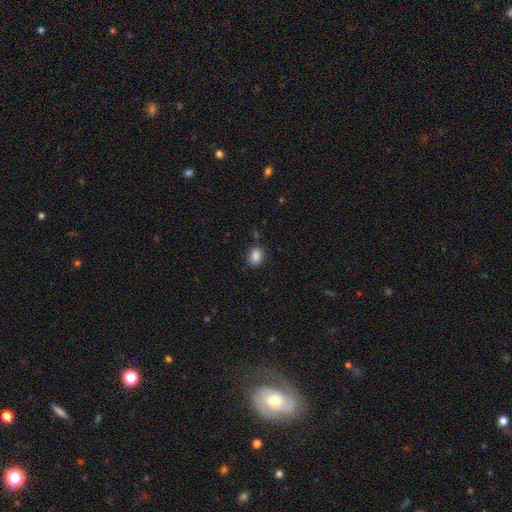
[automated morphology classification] Q: Smooth or featured?
A: smooth (85%); runner-up: star or artifact (9%)
Q: How rounded?
A: in between (67%); runner-up: round (32%)
Q: Merging?
A: none (81%); runner-up: minor disturbance (14%)